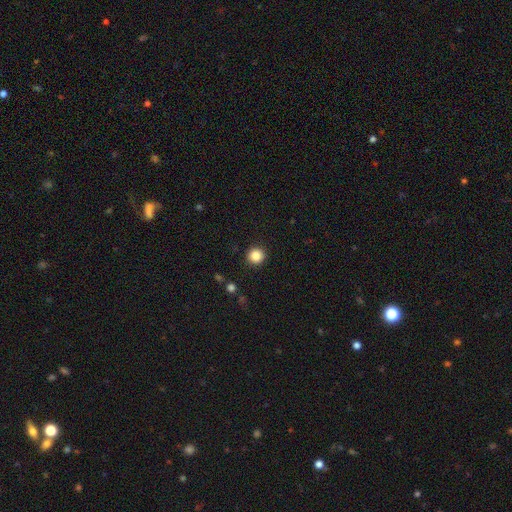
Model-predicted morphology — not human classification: Smooth or featured? Predicted: smooth (p=0.85). How rounded? Predicted: round (p=0.94). Merging? Predicted: none (p=0.92).